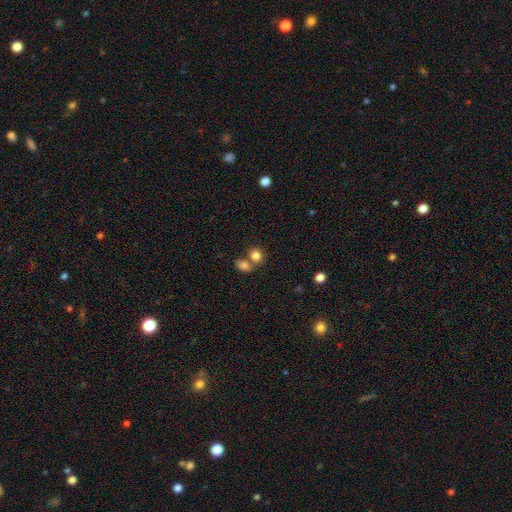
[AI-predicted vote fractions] smooth_or_featured: smooth (p=0.82) [alt: star or artifact p=0.10]
how_rounded: round (p=0.61) [alt: in between p=0.38]
merging: none (p=0.48) [alt: merger p=0.40]